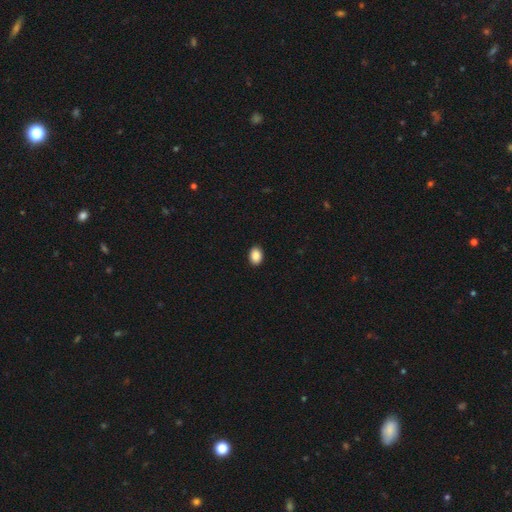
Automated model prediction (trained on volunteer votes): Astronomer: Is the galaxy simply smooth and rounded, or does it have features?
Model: smooth — 89%.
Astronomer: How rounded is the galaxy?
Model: in between — 78%.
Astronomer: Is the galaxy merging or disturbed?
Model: none — 91%.